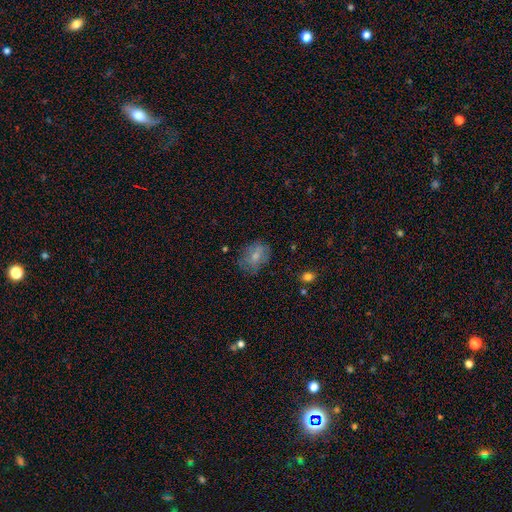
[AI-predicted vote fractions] A smooth galaxy with no disk features (66%) that is in between round and cigar-shaped (64%). Merging: none (65%).